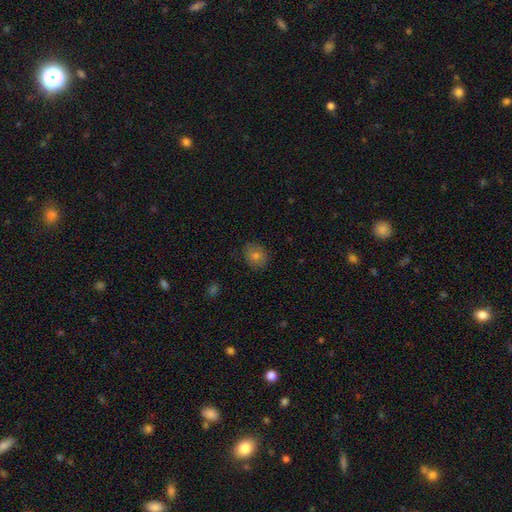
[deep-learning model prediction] The model was most divided on "how rounded": round: 74%, in between: 25%, cigar-shaped: 1%. More confident: merging — none (85%); smooth or featured — smooth (71%).